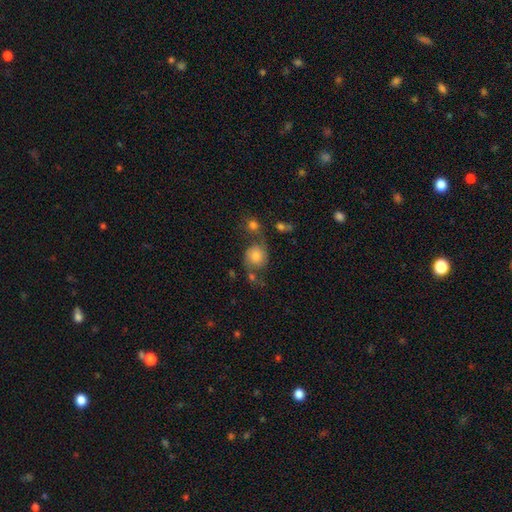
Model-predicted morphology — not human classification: smooth-or-featured: smooth: 52% | featured or disk: 37% | star or artifact: 11%
  how-rounded: round: 77% | in between: 22% | cigar-shaped: 1%
  merging: none: 46% | merger: 23% | minor disturbance: 18% | major disturbance: 13%